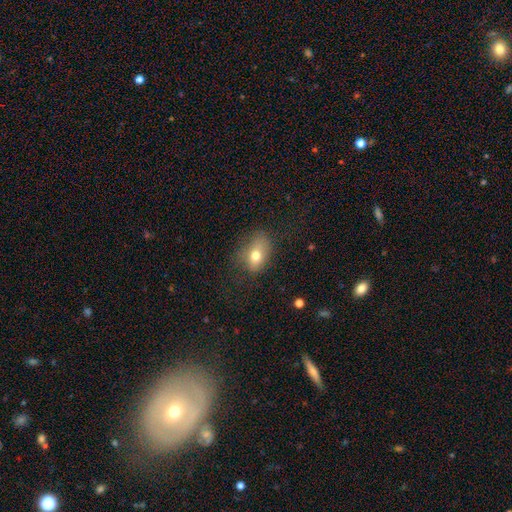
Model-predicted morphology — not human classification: The model was most divided on "merging": none: 53%, minor disturbance: 28%, major disturbance: 17%, merger: 2%. More confident: how rounded — in between (77%); smooth or featured — smooth (72%).